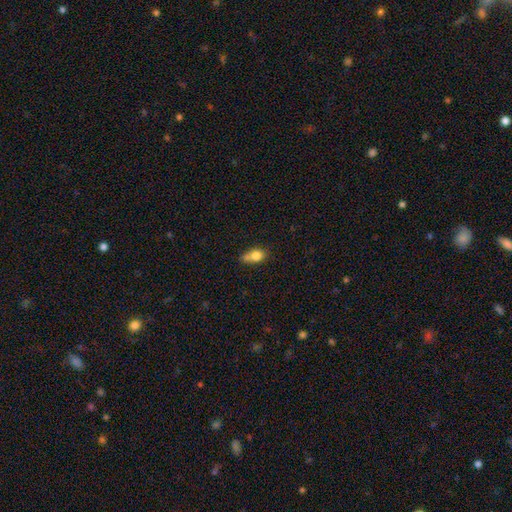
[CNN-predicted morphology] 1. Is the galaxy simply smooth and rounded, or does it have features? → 77% smooth, 13% featured or disk, 9% star or artifact.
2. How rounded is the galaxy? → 65% in between, 31% round, 4% cigar-shaped.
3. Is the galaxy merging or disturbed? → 40% none, 27% merger, 25% minor disturbance, 8% major disturbance.